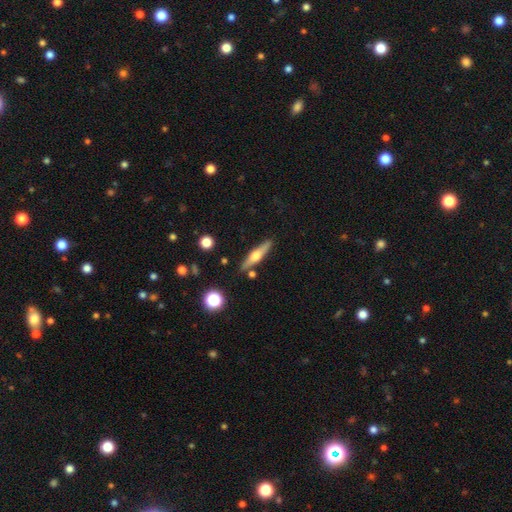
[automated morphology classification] This is possibly a featured or disk galaxy (57%). It is clearly viewed edge-on (95%). Edge-on bulge: clearly rounded (91%). Merging: clearly none (84%).